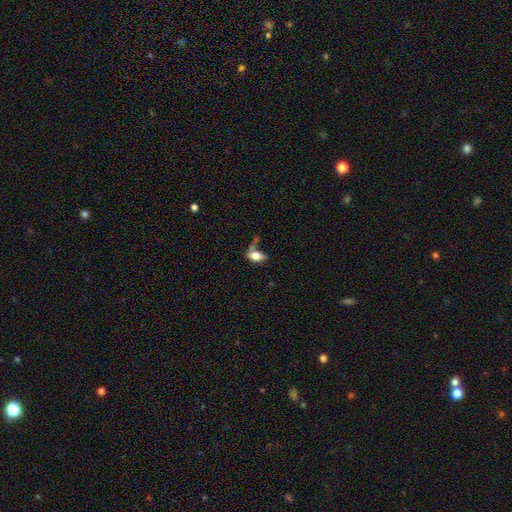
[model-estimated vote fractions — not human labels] Smooth or featured?
  - smooth: 70% *
  - featured or disk: 21%
  - star or artifact: 9%
How rounded?
  - in between: 83% *
  - round: 11%
  - cigar-shaped: 6%
Merging?
  - none: 41% *
  - merger: 22%
  - minor disturbance: 21%
  - major disturbance: 16%